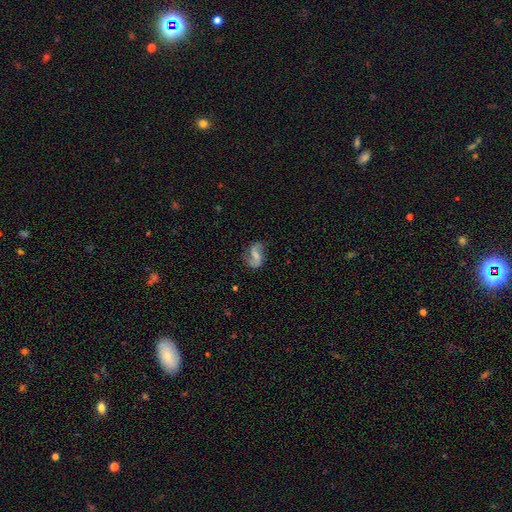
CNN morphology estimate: This appears to be a featured or disk galaxy (78%) with a weak bar (45%), 2 (87%) loose (63%) spiral arms (94%) and a small central bulge (37%). Merging: none (66%).